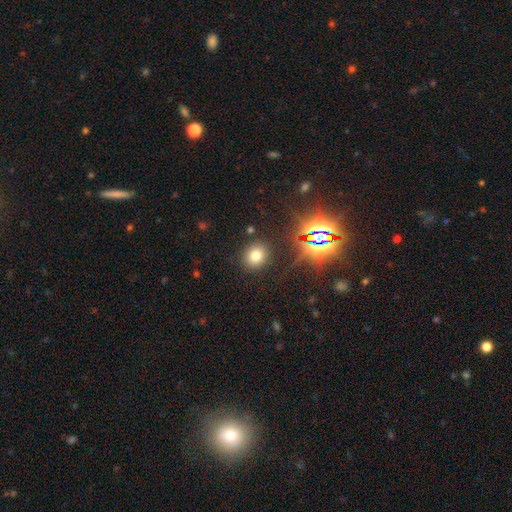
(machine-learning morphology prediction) smooth-or-featured: smooth: 71% | star or artifact: 20% | featured or disk: 9%
  how-rounded: round: 73% | in between: 26% | cigar-shaped: 1%
  merging: none: 86% | minor disturbance: 8% | major disturbance: 3% | merger: 3%